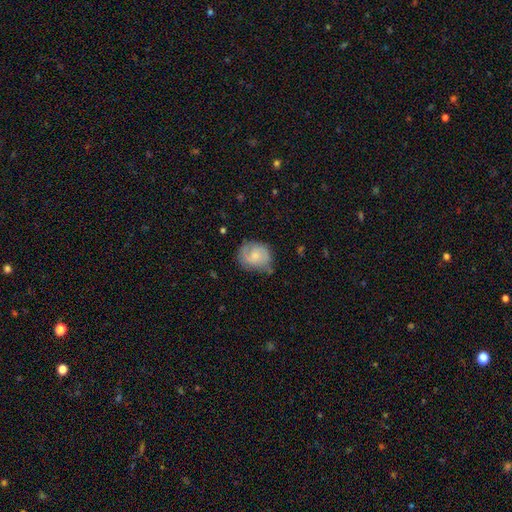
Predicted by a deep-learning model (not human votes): Smooth or featured: smooth — 49% (featured or disk — 44%)
Merging: none — 58% (minor disturbance — 30%)